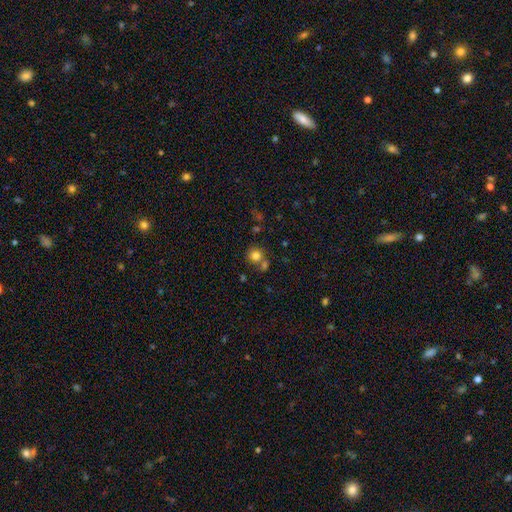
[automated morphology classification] smooth 79%, star or artifact 12%, featured or disk 9%. Down the decision tree: how rounded — round (87%); merging — none (61%).